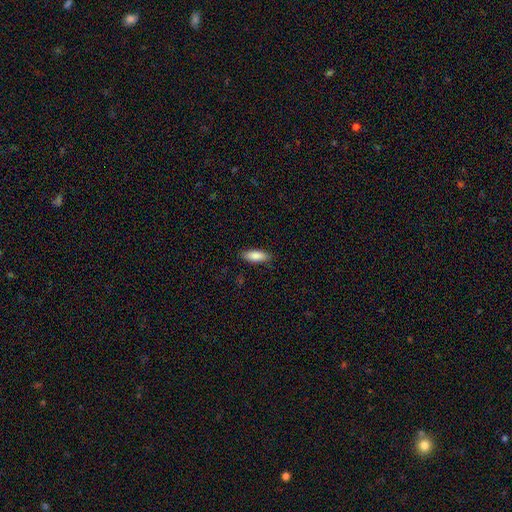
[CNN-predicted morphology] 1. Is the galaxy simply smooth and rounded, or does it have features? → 86% smooth, 8% featured or disk, 6% star or artifact.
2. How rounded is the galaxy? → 74% in between, 24% cigar-shaped, 2% round.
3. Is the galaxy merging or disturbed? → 86% none, 11% minor disturbance, 2% major disturbance, 1% merger.